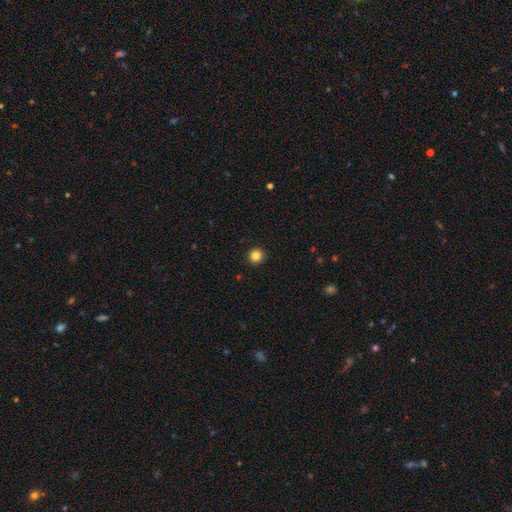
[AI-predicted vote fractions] This is clearly a smooth galaxy (84%). How rounded: clearly round (96%). Merging: clearly none (93%).